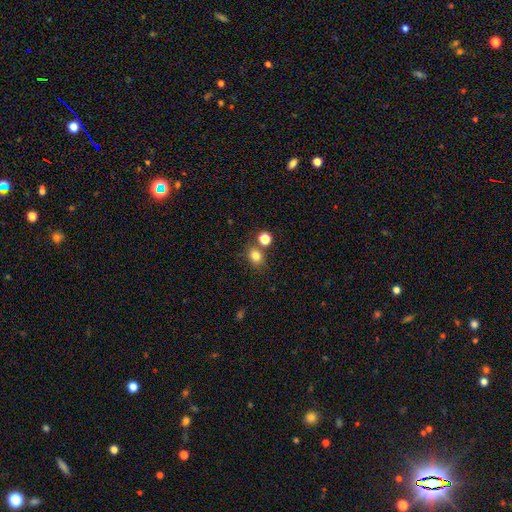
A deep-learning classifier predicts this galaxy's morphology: This is likely a smooth galaxy (80%). How rounded: likely round (65%). Merging: likely none (68%).